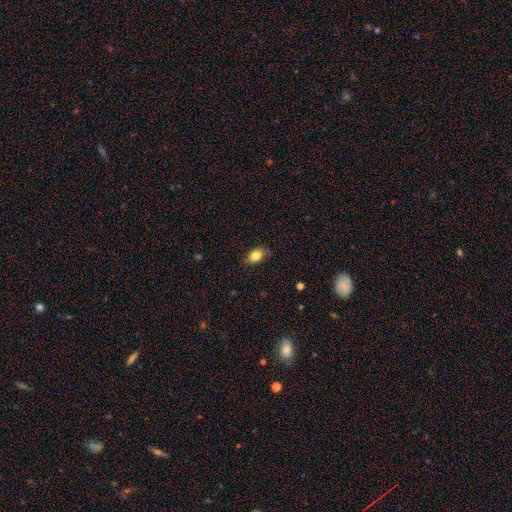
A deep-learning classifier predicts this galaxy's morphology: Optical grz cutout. It shows a smooth galaxy with no disk features (82%) that is in between round and cigar-shaped (79%). Merging: none (78%).